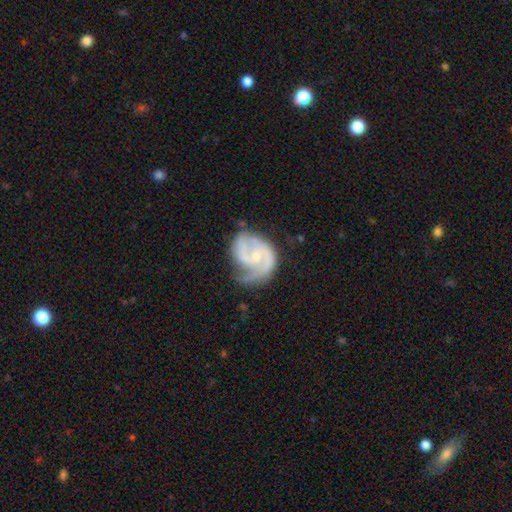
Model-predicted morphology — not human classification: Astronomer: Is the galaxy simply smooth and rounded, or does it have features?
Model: featured or disk — 86%.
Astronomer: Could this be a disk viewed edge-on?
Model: no — 98%.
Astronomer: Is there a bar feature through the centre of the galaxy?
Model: no — 55% (runner-up: weak, 37%).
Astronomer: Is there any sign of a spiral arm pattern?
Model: yes — 96%.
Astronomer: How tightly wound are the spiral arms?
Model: medium — 45% (runner-up: tight, 41%).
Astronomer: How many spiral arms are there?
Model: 2 — 66%.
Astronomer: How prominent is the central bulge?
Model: small — 63%.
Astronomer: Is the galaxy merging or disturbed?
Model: none — 53%.